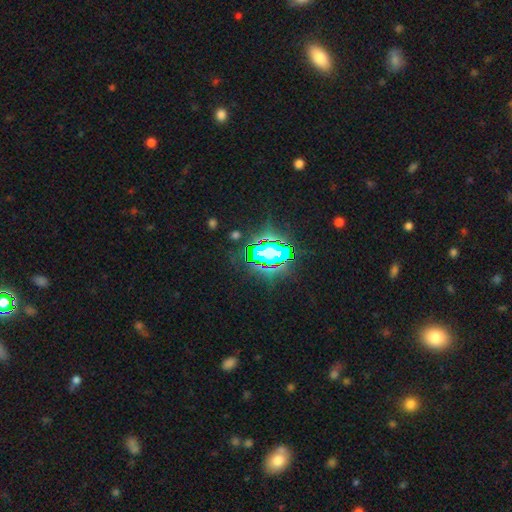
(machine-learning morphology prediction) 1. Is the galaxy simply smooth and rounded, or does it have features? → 75% star or artifact, 14% smooth, 11% featured or disk.